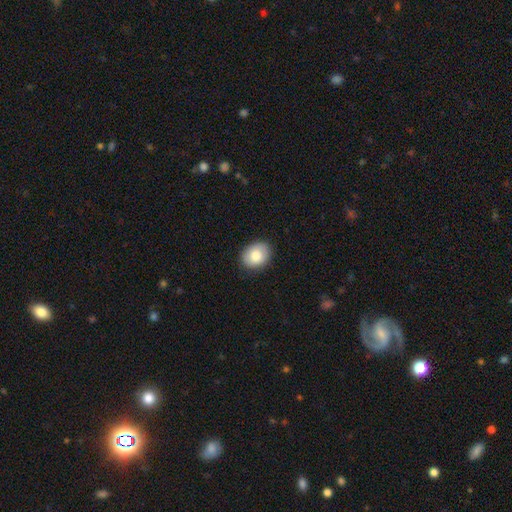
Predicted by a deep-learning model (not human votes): Smooth or featured?
  - smooth: 83% *
  - featured or disk: 10%
  - star or artifact: 7%
How rounded?
  - in between: 63% *
  - round: 36%
  - cigar-shaped: 1%
Merging?
  - none: 88% *
  - minor disturbance: 9%
  - major disturbance: 2%
  - merger: 1%